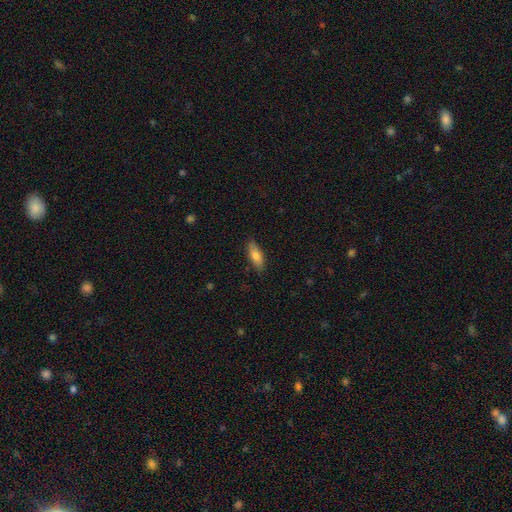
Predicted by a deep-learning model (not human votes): The model was most divided on "how rounded": in between: 65%, cigar-shaped: 33%, round: 2%. More confident: merging — none (85%); smooth or featured — smooth (75%).